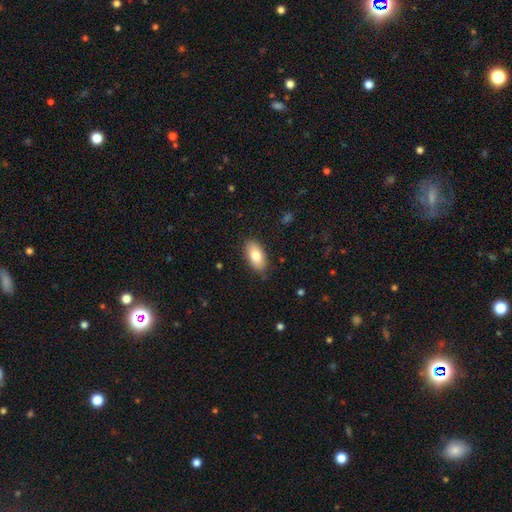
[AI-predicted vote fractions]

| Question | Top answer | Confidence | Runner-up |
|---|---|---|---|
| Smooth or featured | smooth | 81% | featured or disk (13%) |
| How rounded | in between | 92% | cigar-shaped (5%) |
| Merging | none | 85% | minor disturbance (11%) |